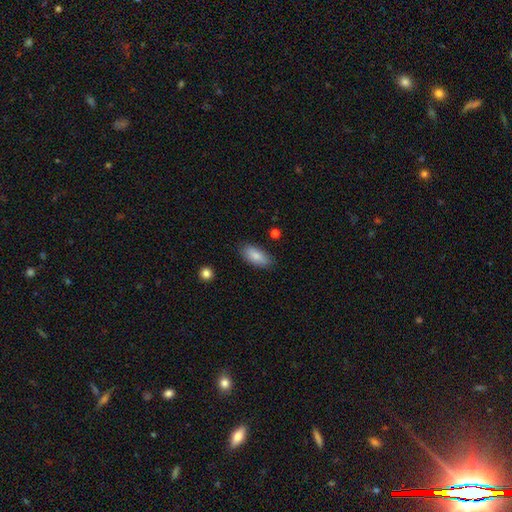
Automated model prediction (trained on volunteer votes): smooth_or_featured: smooth (p=0.84) [alt: featured or disk p=0.09]
how_rounded: in between (p=0.88) [alt: cigar-shaped p=0.09]
merging: none (p=0.82) [alt: minor disturbance p=0.14]